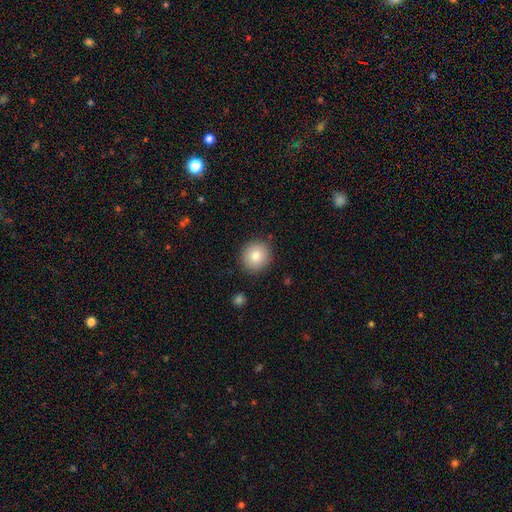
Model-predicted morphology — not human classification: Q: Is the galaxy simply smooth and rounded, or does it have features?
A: smooth — 83%.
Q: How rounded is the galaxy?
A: round — 91%.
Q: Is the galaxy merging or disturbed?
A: none — 89%.